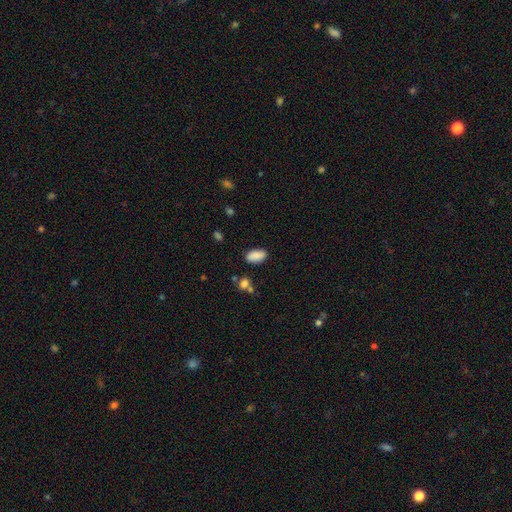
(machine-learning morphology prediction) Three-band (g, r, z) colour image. It shows a smooth galaxy with no disk features (88%) that is in between round and cigar-shaped (93%). Merging: none (82%).